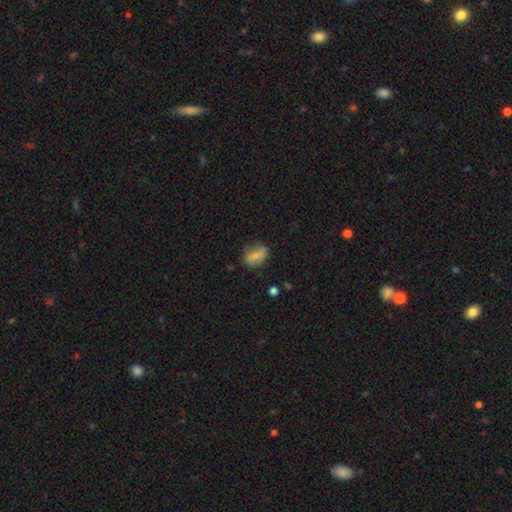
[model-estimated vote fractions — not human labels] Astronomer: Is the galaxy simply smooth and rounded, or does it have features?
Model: smooth — 68%.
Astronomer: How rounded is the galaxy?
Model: in between — 73%.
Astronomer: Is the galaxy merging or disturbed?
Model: none — 68%.